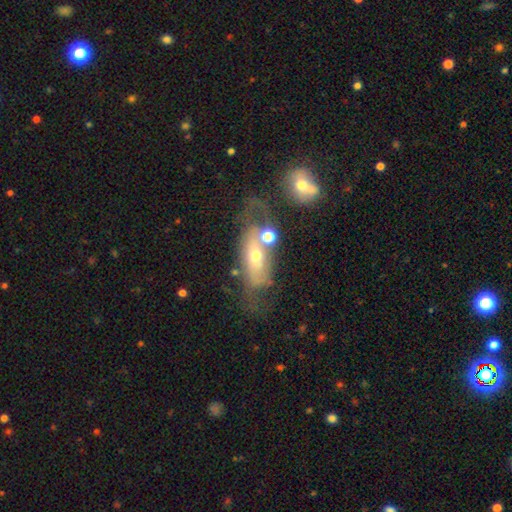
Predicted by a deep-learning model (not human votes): Smooth or featured: featured or disk — 58% (smooth — 33%)
Edge-on disk: no — 83% (yes — 17%)
Merging: none — 34% (merger — 24%)